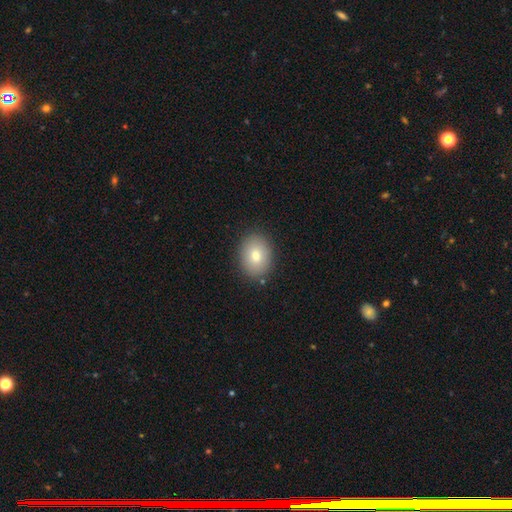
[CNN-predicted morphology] A smooth galaxy with no disk features (79%) that is in between round and cigar-shaped (60%). Merging: none (86%).